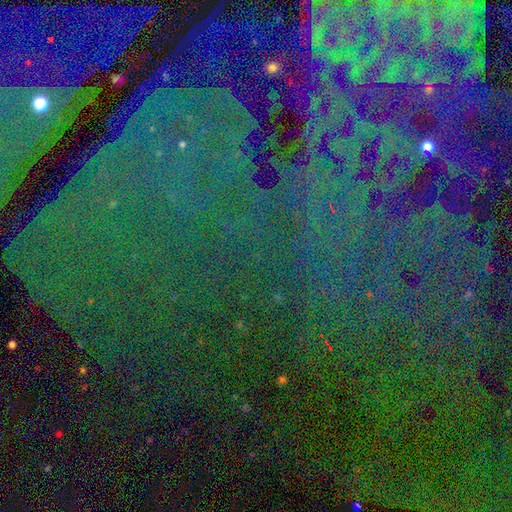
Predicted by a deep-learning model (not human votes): Smooth or featured? Predicted: star or artifact (p=0.79).